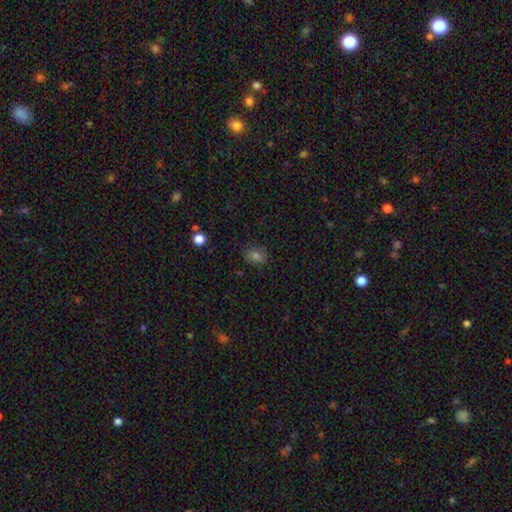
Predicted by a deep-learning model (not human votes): This is likely a smooth galaxy (75%). How rounded: possibly round (55%). Merging: clearly none (84%).